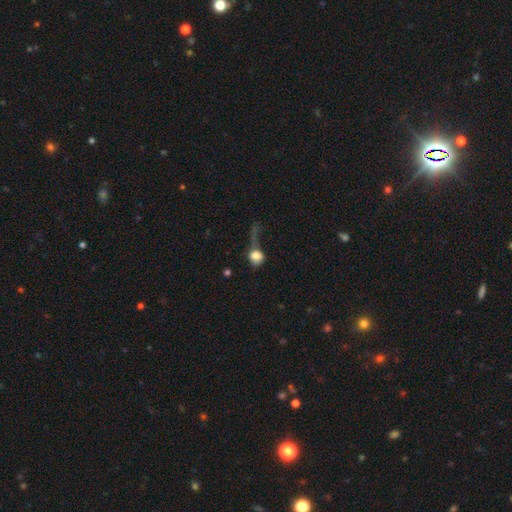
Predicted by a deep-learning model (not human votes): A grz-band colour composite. It shows a smooth galaxy with no disk features (71%) that is round (68%). Merging: major disturbance (53%).